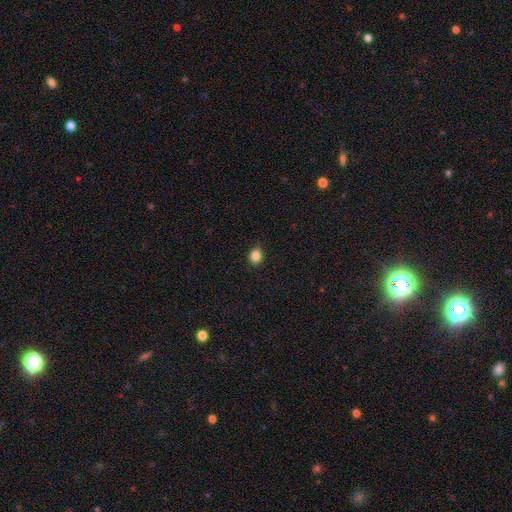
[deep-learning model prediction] A smooth galaxy with no disk features (85%) that is round (54%).

Vote fractions:
- Smooth or featured? smooth: 85% / star or artifact: 11% / featured or disk: 4%
- How rounded? round: 54% / in between: 45% / cigar-shaped: 1%
- Merging? none: 89% / minor disturbance: 8% / major disturbance: 2% / merger: 1%